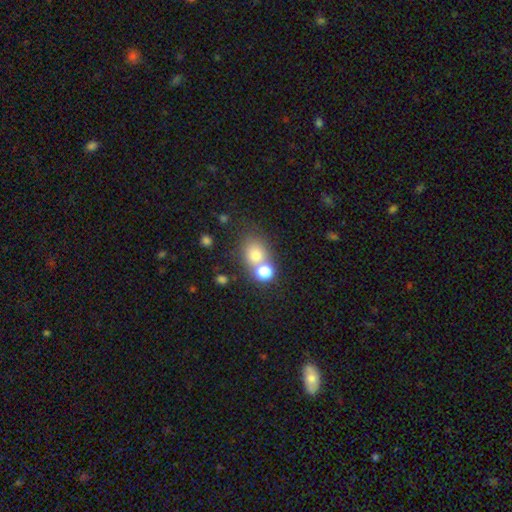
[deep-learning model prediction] Overall: smooth (74%). How rounded: round (62%; in between 37%). Merging: none (51%; merger 35%).